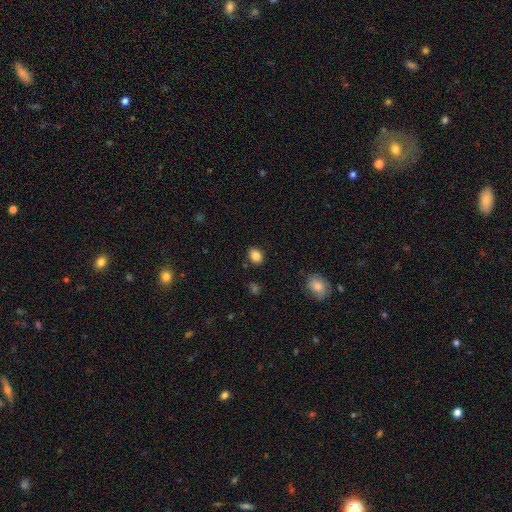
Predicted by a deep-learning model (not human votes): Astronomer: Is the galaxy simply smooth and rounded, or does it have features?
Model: smooth — 85%.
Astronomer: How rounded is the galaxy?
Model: in between — 61% (runner-up: round, 38%).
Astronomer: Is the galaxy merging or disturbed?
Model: none — 87%.